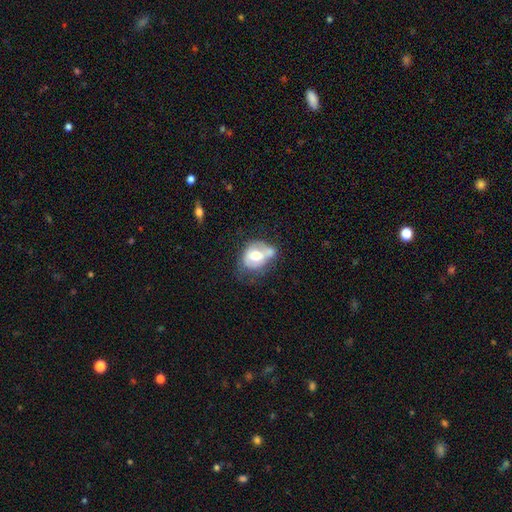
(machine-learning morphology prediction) Smooth or featured: smooth — 53% (featured or disk — 39%)
How rounded: in between — 52% (round — 46%)
Merging: merger — 43% (none — 24%)